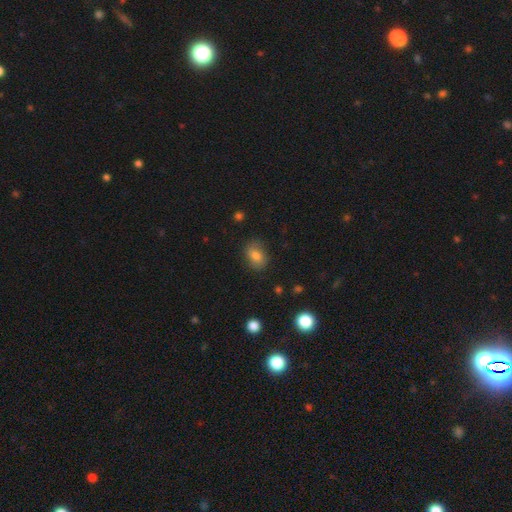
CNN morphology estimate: A smooth galaxy with no disk features (77%) that is in between round and cigar-shaped (67%).

Vote fractions:
- Smooth or featured? smooth: 77% / featured or disk: 13% / star or artifact: 10%
- How rounded? in between: 67% / round: 31% / cigar-shaped: 1%
- Merging? none: 78% / minor disturbance: 17% / major disturbance: 4% / merger: 1%